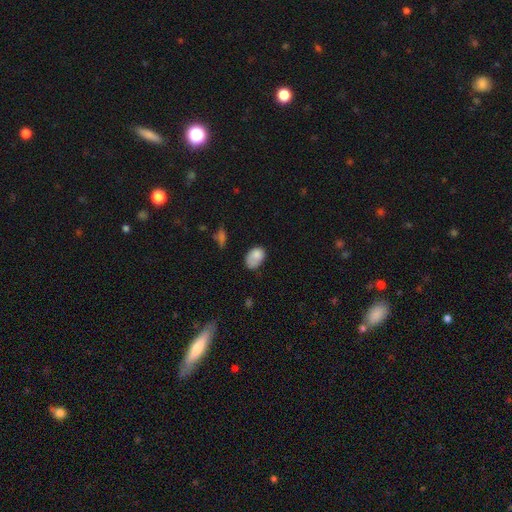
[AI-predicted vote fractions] smooth_or_featured: smooth (p=0.80) [alt: featured or disk p=0.11]
how_rounded: in between (p=0.83) [alt: round p=0.16]
merging: none (p=0.45) [alt: minor disturbance p=0.36]